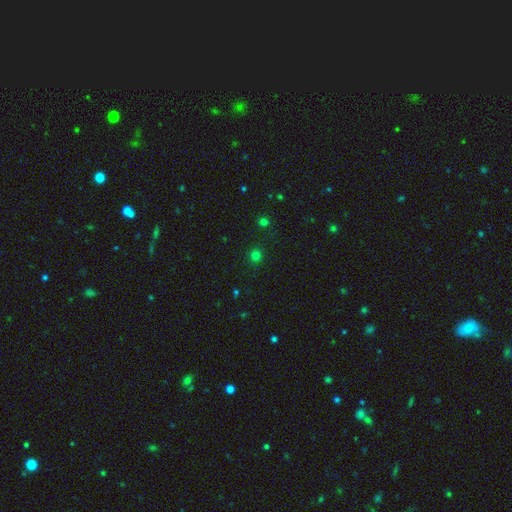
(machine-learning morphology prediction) type=smooth (74%); roundness=round (93%); merging=none (90%).